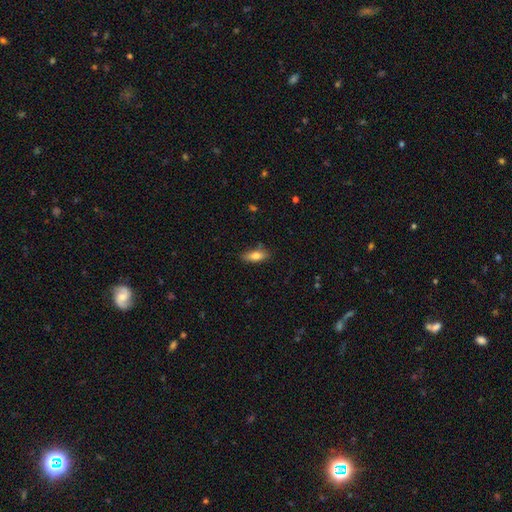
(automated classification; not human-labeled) This is likely a smooth galaxy (77%). How rounded: likely in between (65%). Merging: likely none (80%).